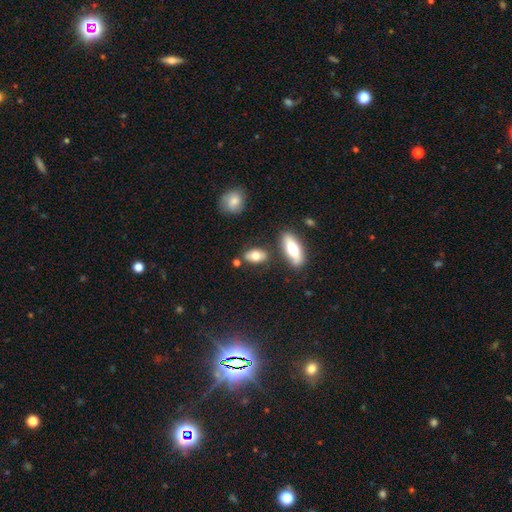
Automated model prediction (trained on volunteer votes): Smooth or featured: smooth — 73% (featured or disk — 19%)
How rounded: in between — 87% (round — 8%)
Merging: none — 76% (minor disturbance — 13%)